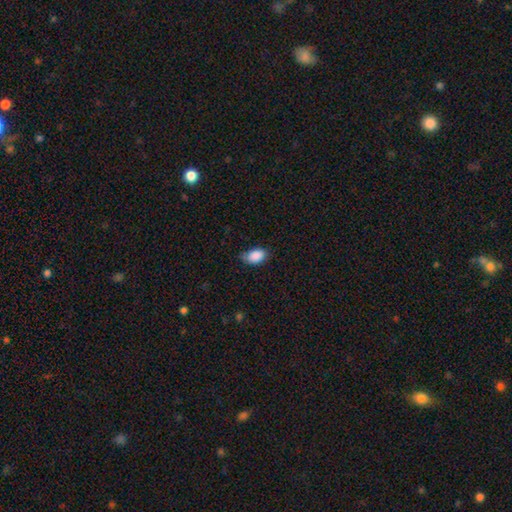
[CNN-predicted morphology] smooth 88%, star or artifact 7%, featured or disk 4%. Down the decision tree: how rounded — in between (90%); merging — none (62%).